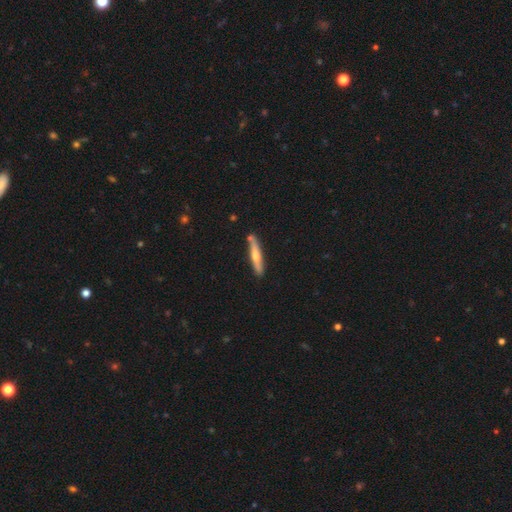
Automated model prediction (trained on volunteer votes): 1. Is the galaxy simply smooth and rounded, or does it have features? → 49% smooth, 46% featured or disk, 5% star or artifact.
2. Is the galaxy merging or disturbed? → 80% none, 12% minor disturbance, 6% merger, 2% major disturbance.